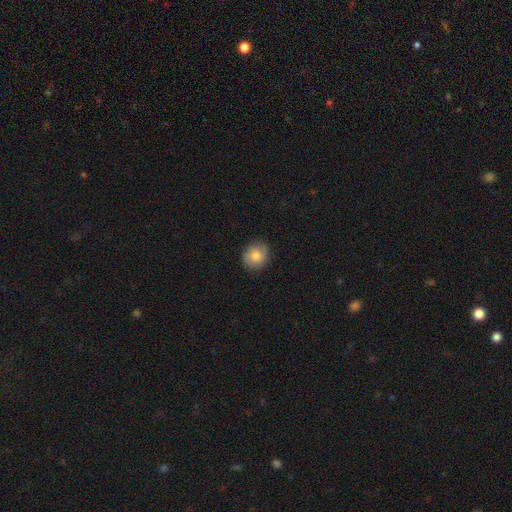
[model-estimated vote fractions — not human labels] A smooth galaxy with no disk features (77%) that is round (77%).

Vote fractions:
- Smooth or featured? smooth: 77% / featured or disk: 15% / star or artifact: 8%
- How rounded? round: 77% / in between: 22% / cigar-shaped: 1%
- Merging? none: 87% / minor disturbance: 10% / major disturbance: 2% / merger: 1%